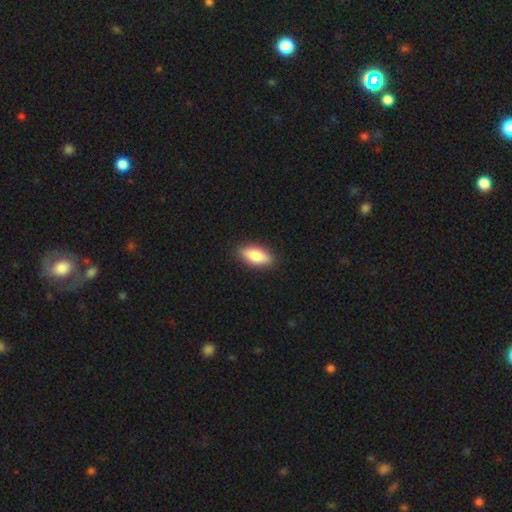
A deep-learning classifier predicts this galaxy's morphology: Smooth or featured? Predicted: smooth (p=0.80). How rounded? Predicted: in between (p=0.79). Merging? Predicted: none (p=0.89).